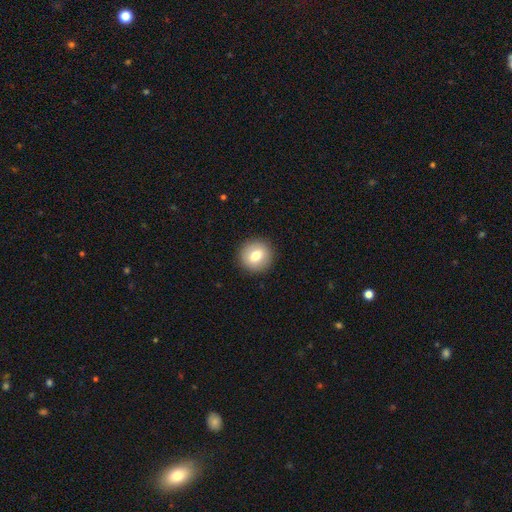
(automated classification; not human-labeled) smooth_or_featured: smooth (p=0.76) [alt: featured or disk p=0.16]
how_rounded: round (p=0.92) [alt: in between p=0.07]
merging: none (p=0.91) [alt: minor disturbance p=0.06]